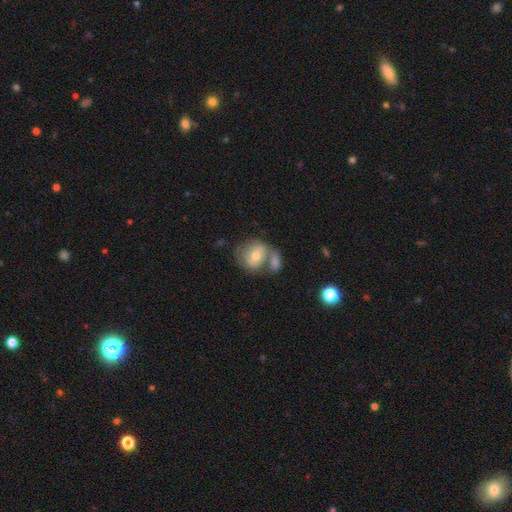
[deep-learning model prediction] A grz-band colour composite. It shows a smooth galaxy with no disk features (61%) that is round (65%). Merging: merger (41%).